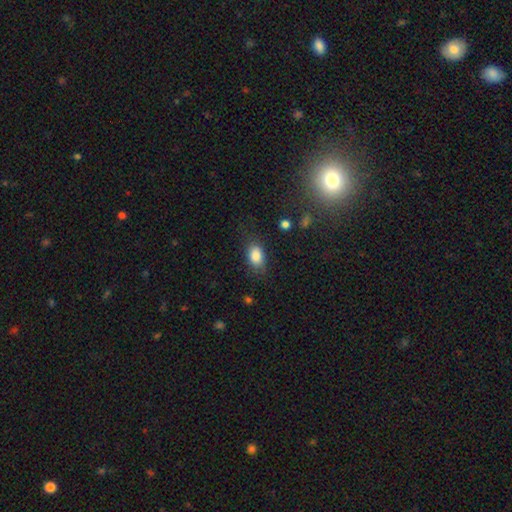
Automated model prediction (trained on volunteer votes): Morphology: type=smooth (86%); roundness=in between (87%); merging=none (74%).